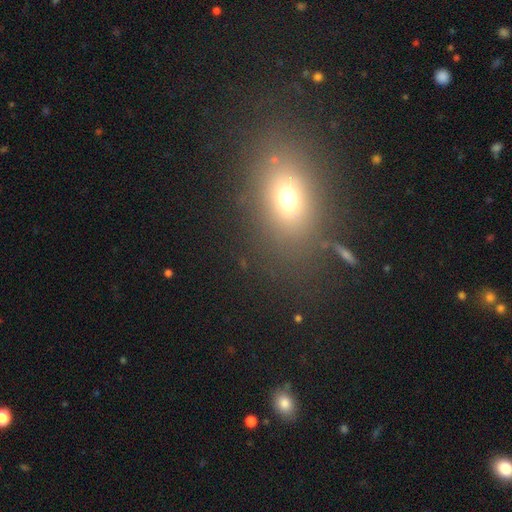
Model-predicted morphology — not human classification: Smooth or featured? Predicted: smooth (p=0.62). How rounded? Predicted: in between (p=0.70). Merging? Predicted: none (p=0.82).